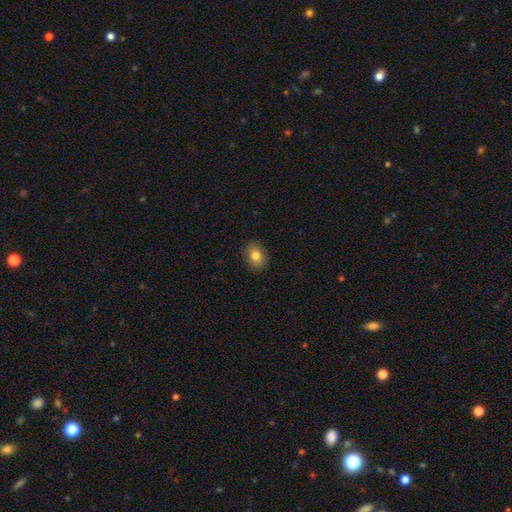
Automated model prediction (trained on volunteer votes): smooth_or_featured: smooth (p=0.81) [alt: featured or disk p=0.10]
how_rounded: in between (p=0.65) [alt: round p=0.34]
merging: none (p=0.89) [alt: minor disturbance p=0.08]